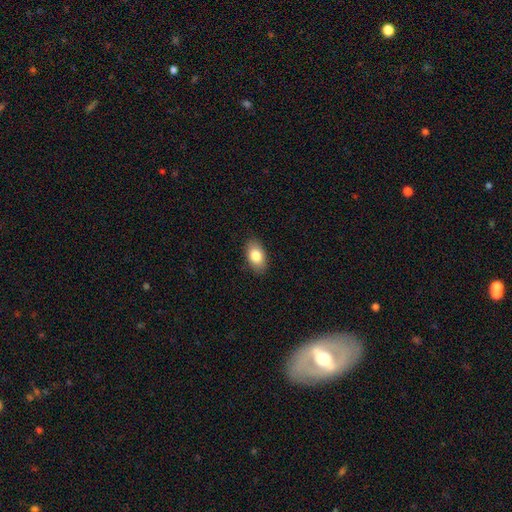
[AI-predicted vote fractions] Q: Smooth or featured?
A: smooth (83%); runner-up: featured or disk (10%)
Q: How rounded?
A: in between (92%); runner-up: round (7%)
Q: Merging?
A: none (88%); runner-up: minor disturbance (9%)